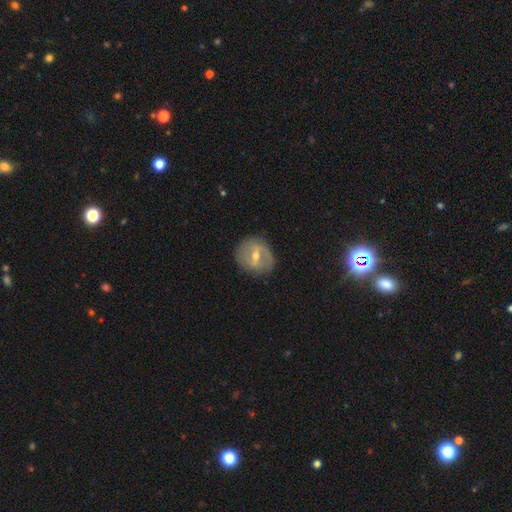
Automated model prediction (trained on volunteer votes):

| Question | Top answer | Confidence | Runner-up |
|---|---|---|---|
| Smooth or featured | featured or disk | 63% | smooth (27%) |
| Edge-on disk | no | 93% | yes (7%) |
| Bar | weak | 45% | strong (41%) |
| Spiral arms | no | 50% | tied: yes (50%) |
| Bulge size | small | 49% | moderate (47%) |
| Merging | none | 81% | minor disturbance (13%) |